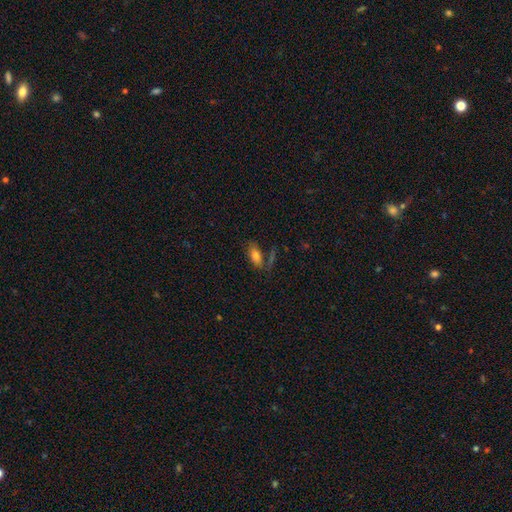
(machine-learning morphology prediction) smooth-or-featured: smooth: 77% | featured or disk: 14% | star or artifact: 10%
  how-rounded: in between: 85% | cigar-shaped: 12% | round: 4%
  merging: none: 59% | minor disturbance: 18% | merger: 15% | major disturbance: 9%